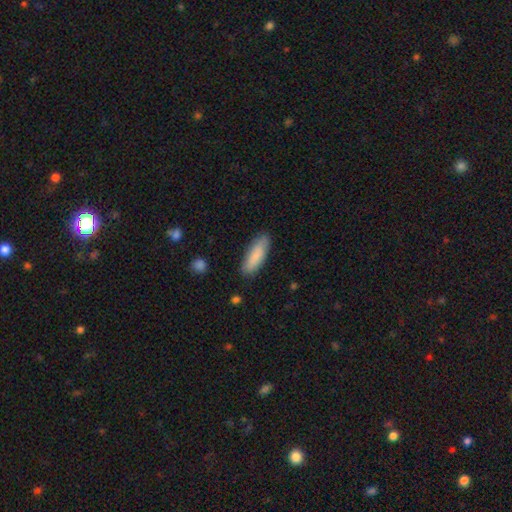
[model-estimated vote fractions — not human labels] Smooth or featured? Predicted: smooth (p=0.86). How rounded? Predicted: in between (p=0.53). Merging? Predicted: none (p=0.84).